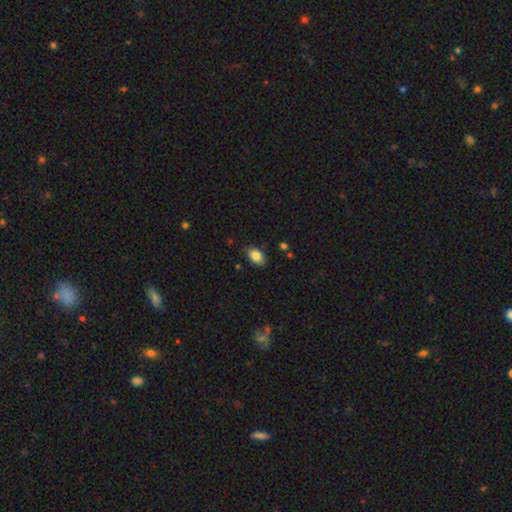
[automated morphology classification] A smooth galaxy with no disk features (85%) that is in between round and cigar-shaped (89%). Merging: none (84%).